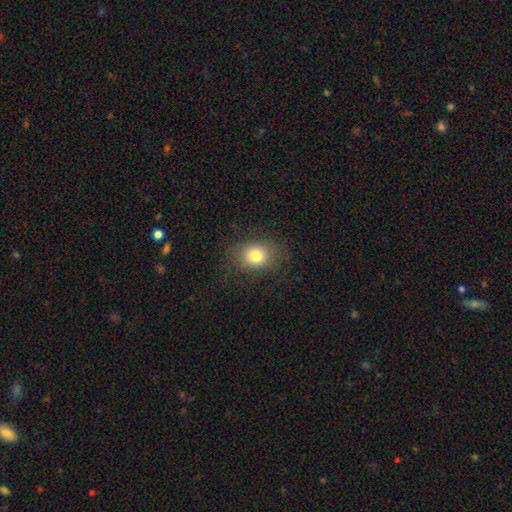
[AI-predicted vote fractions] Morphology: type=smooth (78%); roundness=round (60%); merging=none (81%).